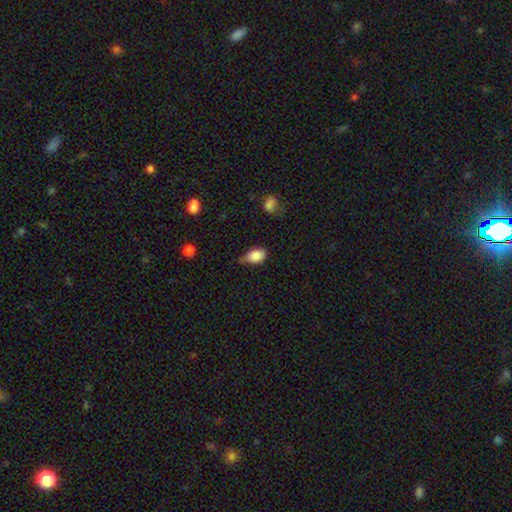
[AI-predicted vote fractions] This is clearly a smooth galaxy (85%). How rounded: clearly in between (89%). Merging: possibly none (50%).